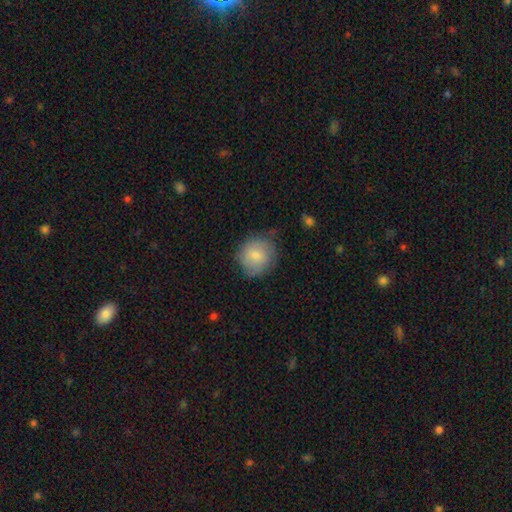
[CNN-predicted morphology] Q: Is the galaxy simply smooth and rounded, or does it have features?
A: smooth — 76%.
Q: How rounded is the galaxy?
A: round — 87%.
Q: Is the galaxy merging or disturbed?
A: none — 70%.